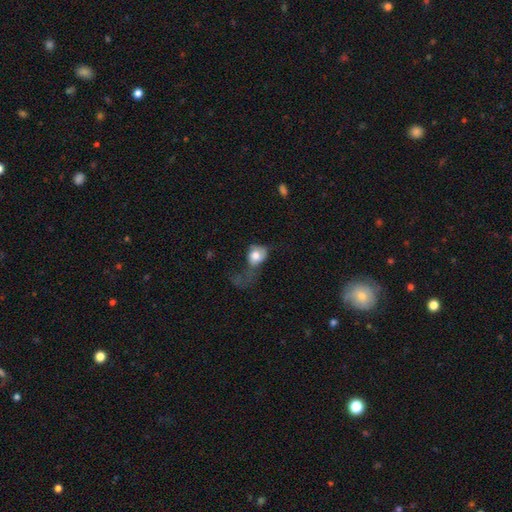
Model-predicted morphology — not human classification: A smooth galaxy with no disk features (73%) that is round (51%). Merging: major disturbance (62%).